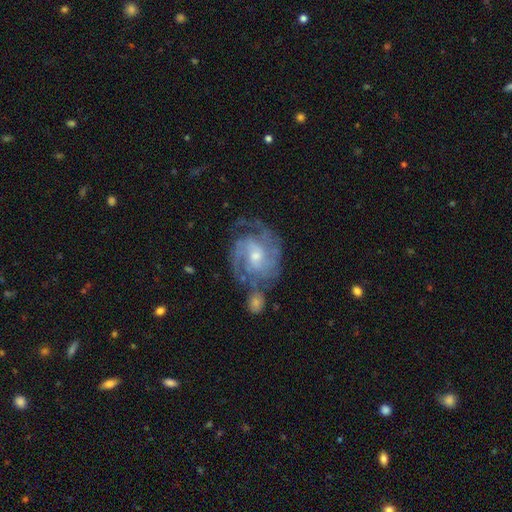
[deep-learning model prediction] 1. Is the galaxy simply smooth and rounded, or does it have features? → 87% featured or disk, 7% smooth, 6% star or artifact.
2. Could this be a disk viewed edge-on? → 98% no, 2% yes.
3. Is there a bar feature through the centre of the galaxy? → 46% weak, 43% no, 11% strong.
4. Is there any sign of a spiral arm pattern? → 96% yes, 4% no.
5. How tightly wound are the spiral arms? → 50% tight, 41% medium, 9% loose.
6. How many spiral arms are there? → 38% 2, 26% 3, 19% can't tell, 8% 4, 5% 1, 4% more than 4.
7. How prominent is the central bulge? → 54% small, 41% moderate, 2% large, 2% none, 1% dominant.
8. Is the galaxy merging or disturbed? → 59% none, 18% minor disturbance, 13% merger, 10% major disturbance.